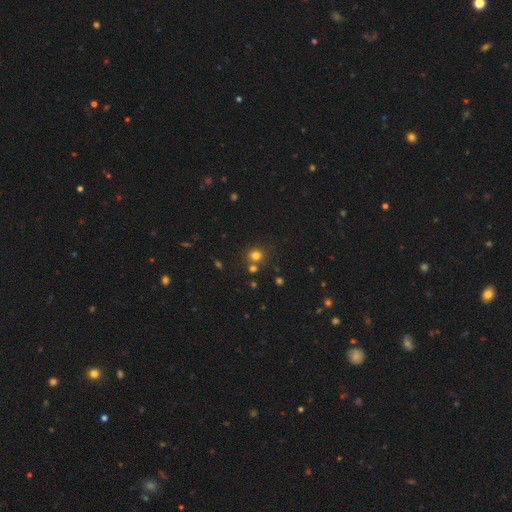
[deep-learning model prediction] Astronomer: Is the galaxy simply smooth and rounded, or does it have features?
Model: smooth — 76%.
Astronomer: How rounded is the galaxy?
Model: round — 84%.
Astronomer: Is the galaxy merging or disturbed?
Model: none — 69%.